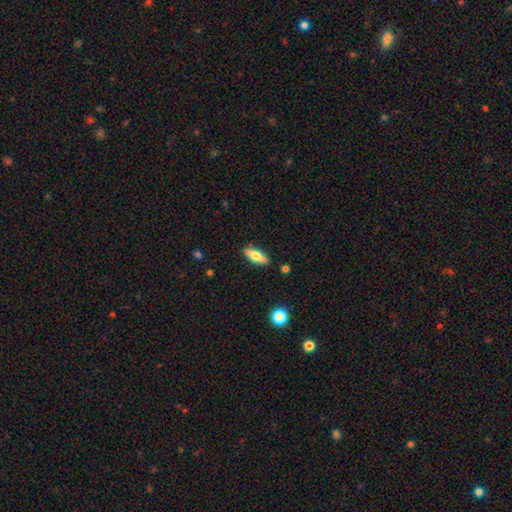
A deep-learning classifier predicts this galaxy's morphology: type=smooth (62%); roundness=in between (61%); merging=none (88%).